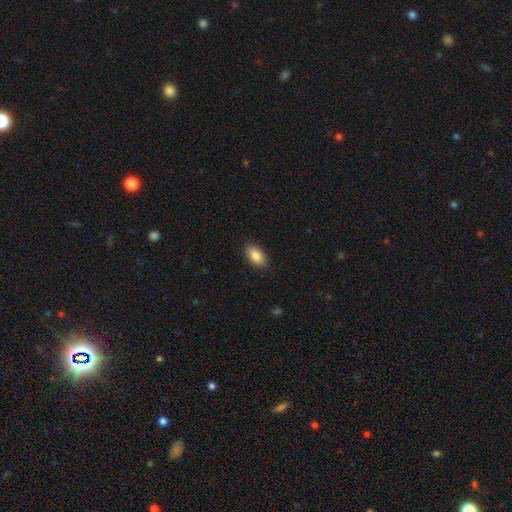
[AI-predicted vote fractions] This appears to be a smooth galaxy with no disk features (87%) that is in between round and cigar-shaped (93%). Merging: none (89%).